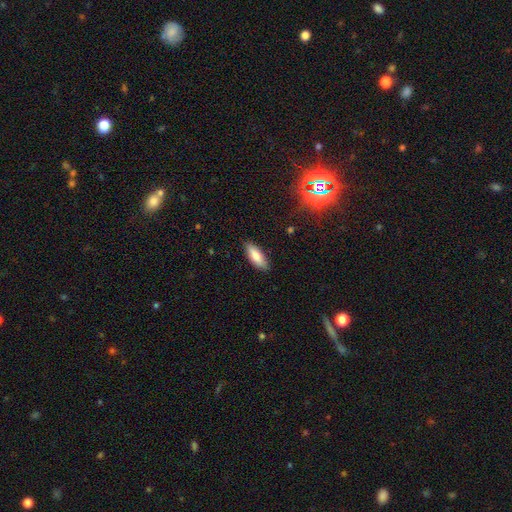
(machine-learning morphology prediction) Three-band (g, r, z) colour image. It shows a smooth galaxy with no disk features (79%) that is in between round and cigar-shaped (66%). Merging: none (87%).